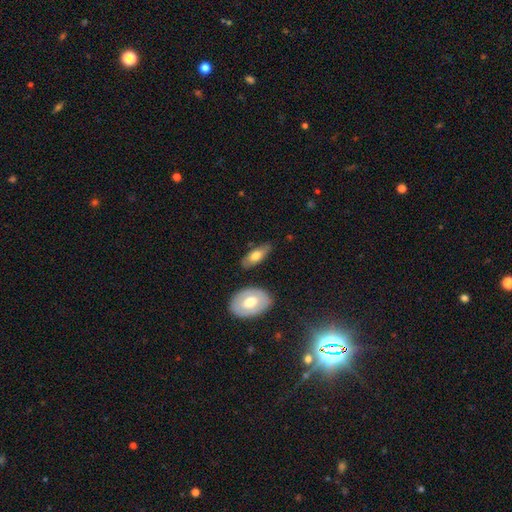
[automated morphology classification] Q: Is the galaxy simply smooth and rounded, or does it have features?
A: smooth — 62%.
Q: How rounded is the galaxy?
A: in between — 82%.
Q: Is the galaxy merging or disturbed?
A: none — 76%.